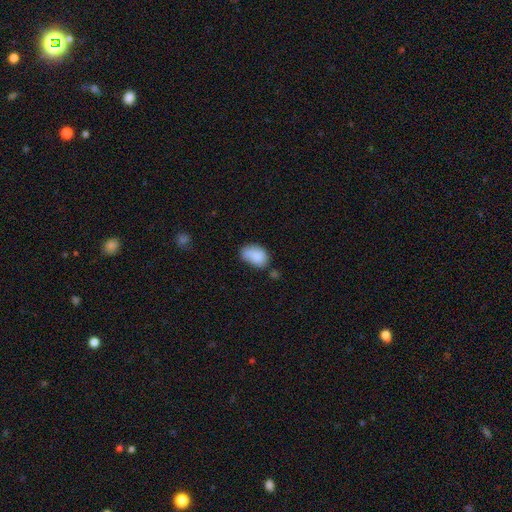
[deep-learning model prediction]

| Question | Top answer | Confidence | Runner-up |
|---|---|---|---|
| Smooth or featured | smooth | 82% | featured or disk (9%) |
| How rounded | in between | 86% | round (13%) |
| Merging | none | 44% | minor disturbance (34%) |